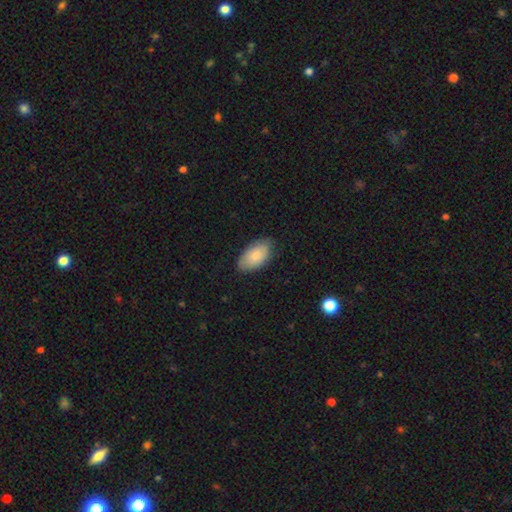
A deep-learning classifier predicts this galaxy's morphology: Q: Smooth or featured?
A: smooth (83%); runner-up: featured or disk (11%)
Q: How rounded?
A: in between (95%); runner-up: round (3%)
Q: Merging?
A: none (80%); runner-up: minor disturbance (16%)